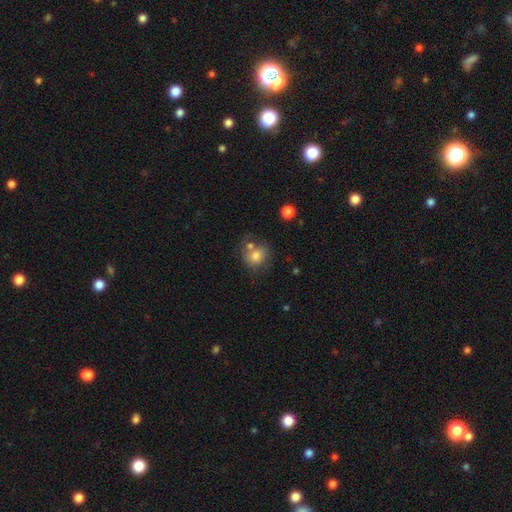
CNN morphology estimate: This appears to be a smooth galaxy with no disk features (76%) that is round (73%). Merging: none (48%).